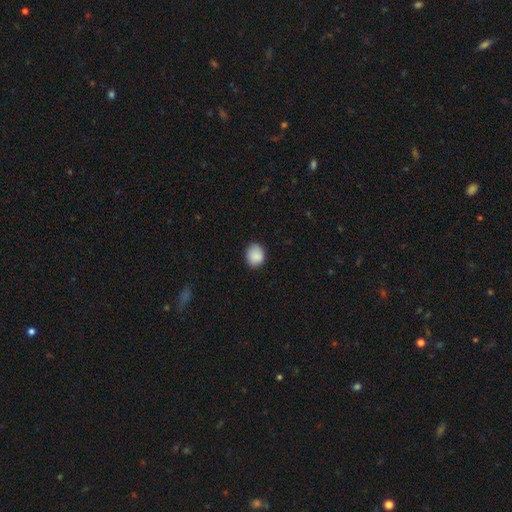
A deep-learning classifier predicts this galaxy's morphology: Smooth or featured? smooth (89%)
How rounded? round (65%)
Merging? none (83%)